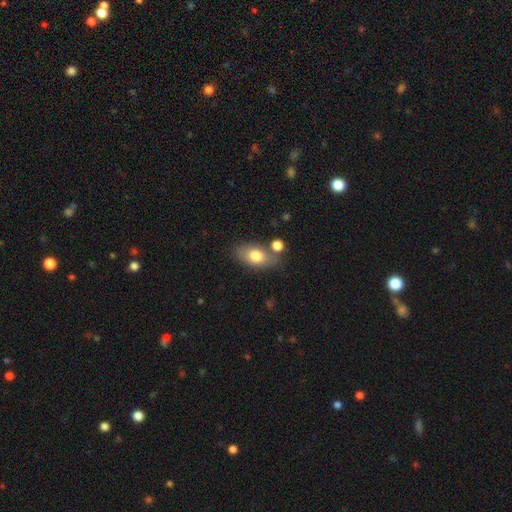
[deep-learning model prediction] Q: Smooth or featured?
A: smooth (77%); runner-up: featured or disk (16%)
Q: How rounded?
A: in between (87%); runner-up: round (10%)
Q: Merging?
A: none (66%); runner-up: minor disturbance (16%)